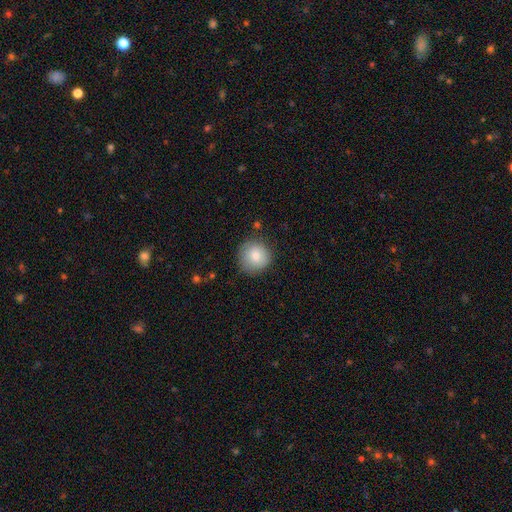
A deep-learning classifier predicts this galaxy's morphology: Smooth or featured? Predicted: smooth (p=0.80). How rounded? Predicted: round (p=0.93). Merging? Predicted: none (p=0.83).